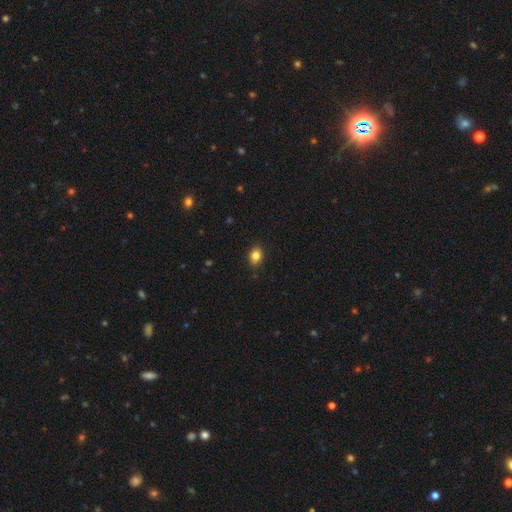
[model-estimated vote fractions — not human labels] smooth-or-featured: smooth: 84% | star or artifact: 10% | featured or disk: 6%
  how-rounded: in between: 71% | round: 27% | cigar-shaped: 1%
  merging: none: 88% | minor disturbance: 9% | major disturbance: 2% | merger: 1%